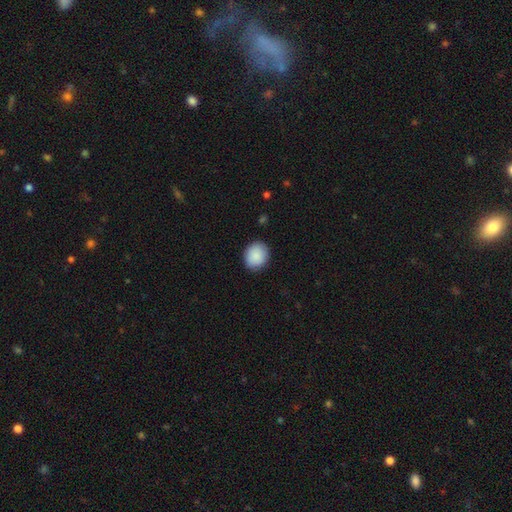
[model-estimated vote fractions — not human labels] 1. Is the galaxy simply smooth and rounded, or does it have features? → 89% smooth, 7% star or artifact, 4% featured or disk.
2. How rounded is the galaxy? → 68% round, 31% in between, 1% cigar-shaped.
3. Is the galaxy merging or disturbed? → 89% none, 8% minor disturbance, 2% major disturbance, 1% merger.